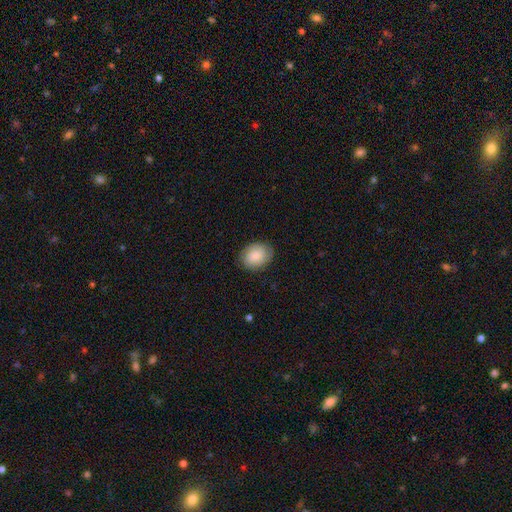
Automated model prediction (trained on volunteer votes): Smooth or featured?
  - smooth: 74% *
  - featured or disk: 18%
  - star or artifact: 7%
How rounded?
  - in between: 61% *
  - round: 38%
  - cigar-shaped: 1%
Merging?
  - none: 83% *
  - minor disturbance: 13%
  - major disturbance: 3%
  - merger: 1%